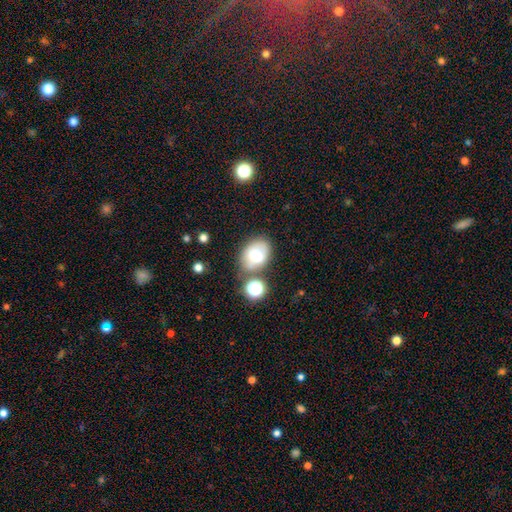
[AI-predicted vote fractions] Smooth or featured? Predicted: smooth (p=0.71). How rounded? Predicted: in between (p=0.76). Merging? Predicted: none (p=0.62).